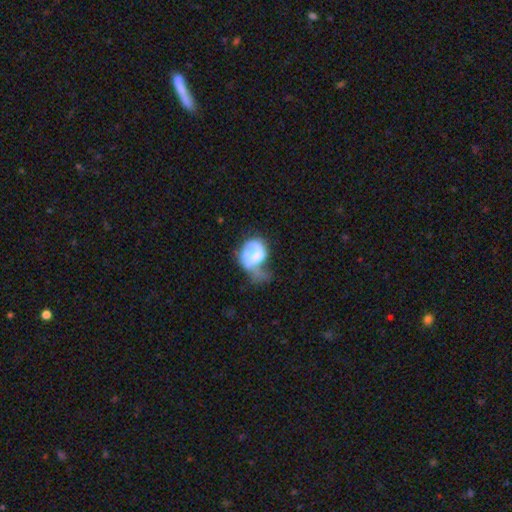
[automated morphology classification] Overall: featured or disk (60%; smooth 32%). Edge-on disk: no (98%). Bar: no (70%). Spiral arms: no (56%; yes 44%). Bulge size: moderate (38%; large 26%). Merging: major disturbance (44%; merger 21%).